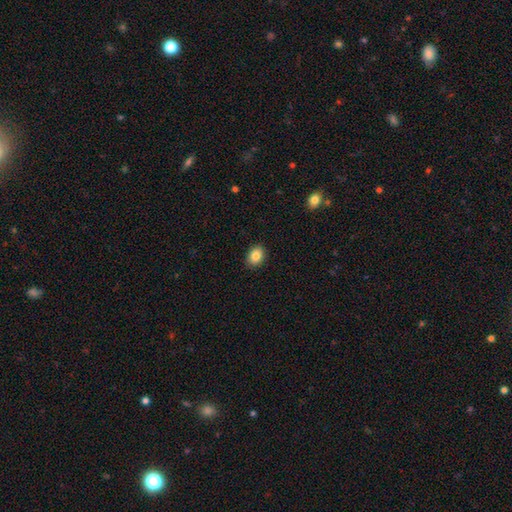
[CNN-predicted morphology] Overall: smooth (86%). How rounded: in between (71%). Merging: none (89%).